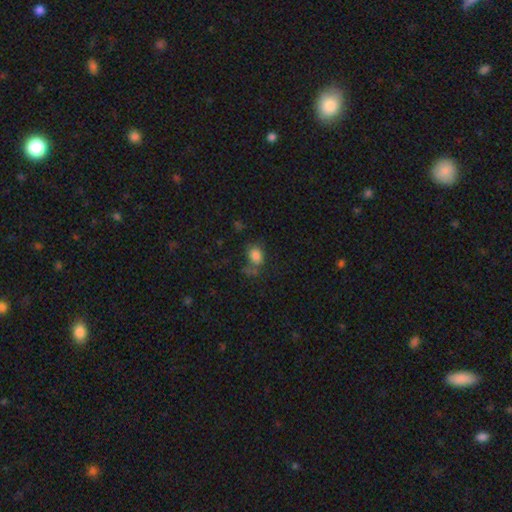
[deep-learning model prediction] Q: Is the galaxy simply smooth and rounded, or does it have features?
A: smooth — 81%.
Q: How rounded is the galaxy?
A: in between — 53%.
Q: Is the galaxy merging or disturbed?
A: none — 51%.